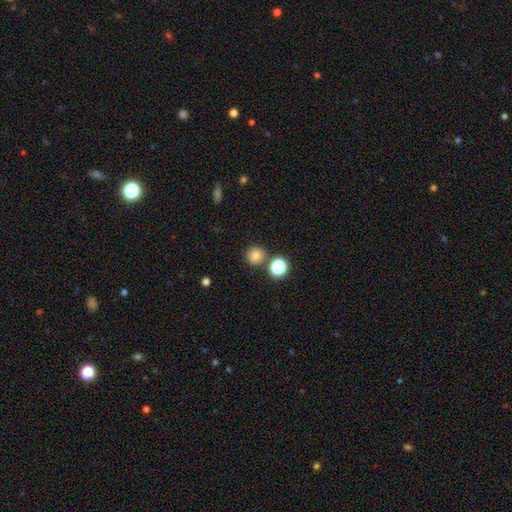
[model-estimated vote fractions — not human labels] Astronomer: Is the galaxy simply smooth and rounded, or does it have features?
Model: smooth — 77%.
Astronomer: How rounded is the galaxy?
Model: round — 94%.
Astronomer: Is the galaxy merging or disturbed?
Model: none — 83%.